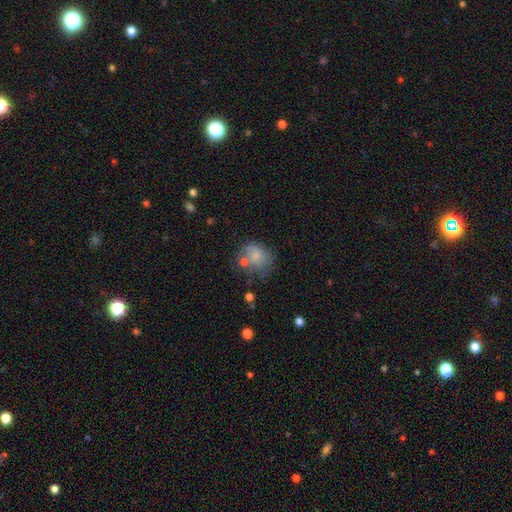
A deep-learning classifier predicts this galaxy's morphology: A smooth galaxy with no disk features (71%) that is round (62%).

Vote fractions:
- Smooth or featured? smooth: 71% / featured or disk: 19% / star or artifact: 10%
- How rounded? round: 62% / in between: 37% / cigar-shaped: 1%
- Merging? none: 44% / minor disturbance: 23% / merger: 18% / major disturbance: 15%